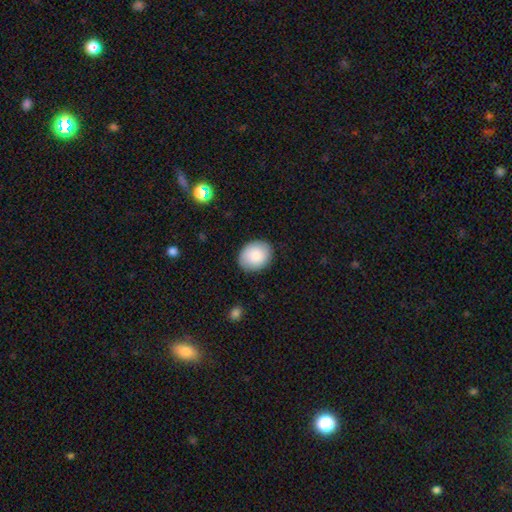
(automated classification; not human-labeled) Smooth or featured? Predicted: smooth (p=0.84). How rounded? Predicted: in between (p=0.50). Merging? Predicted: none (p=0.85).